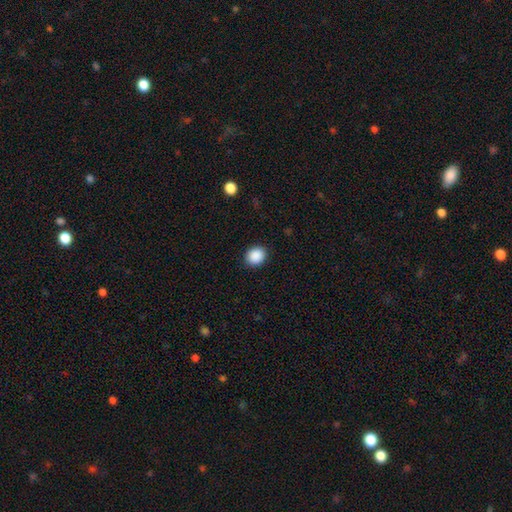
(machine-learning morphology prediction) smooth_or_featured: smooth (p=0.89) [alt: star or artifact p=0.08]
how_rounded: round (p=0.70) [alt: in between p=0.30]
merging: none (p=0.90) [alt: minor disturbance p=0.07]